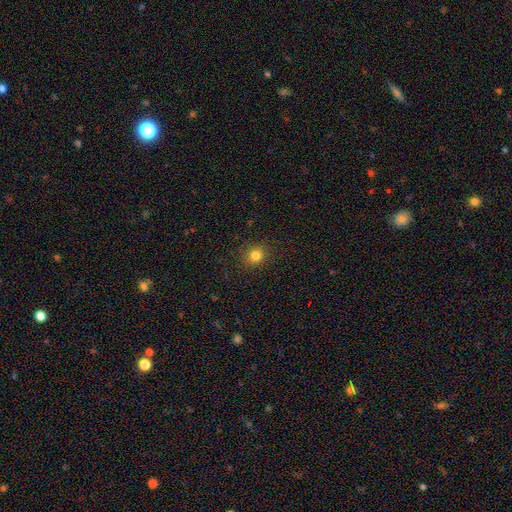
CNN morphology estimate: A smooth galaxy with no disk features (81%) that is round (83%).

Vote fractions:
- Smooth or featured? smooth: 81% / star or artifact: 13% / featured or disk: 6%
- How rounded? round: 83% / in between: 16% / cigar-shaped: 1%
- Merging? none: 88% / minor disturbance: 8% / major disturbance: 3% / merger: 1%